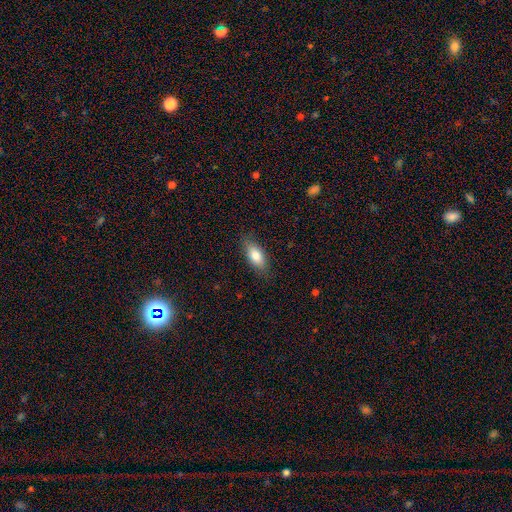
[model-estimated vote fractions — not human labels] Smooth or featured: smooth — 78% (featured or disk — 15%)
How rounded: in between — 81% (cigar-shaped — 16%)
Merging: none — 83% (minor disturbance — 13%)